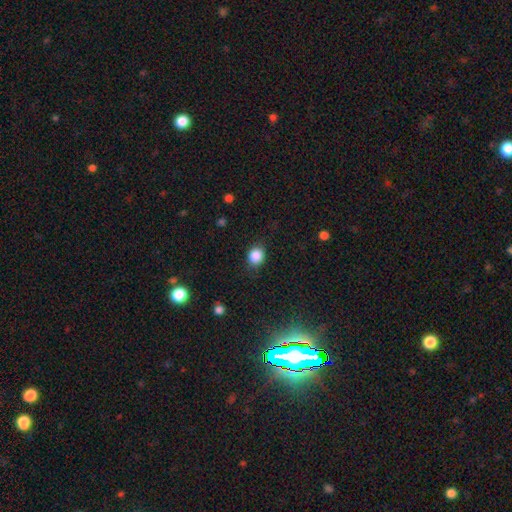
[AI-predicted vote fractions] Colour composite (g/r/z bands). It shows a smooth galaxy with no disk features (86%) that is round (74%). Merging: none (84%).